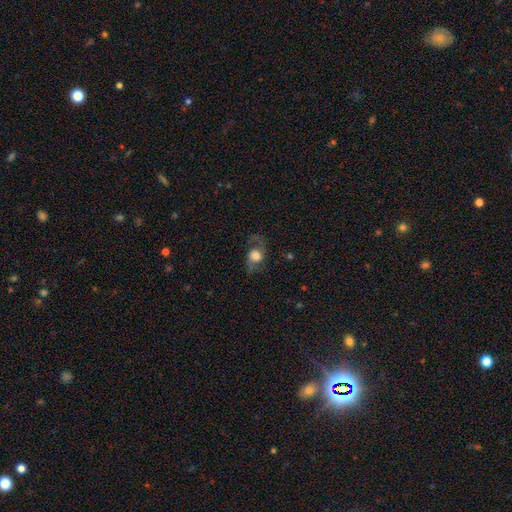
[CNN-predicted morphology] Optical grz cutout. It shows a smooth galaxy with no disk features (50%). Merging: none (58%).